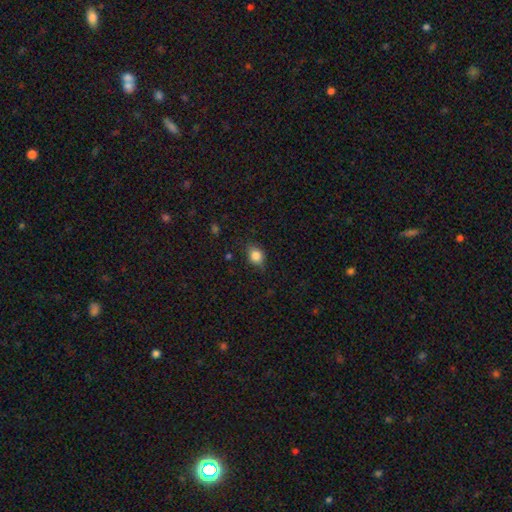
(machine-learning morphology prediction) A smooth galaxy with no disk features (82%) that is round (50%).

Vote fractions:
- Smooth or featured? smooth: 82% / star or artifact: 10% / featured or disk: 9%
- How rounded? round: 50% / in between: 48% / cigar-shaped: 2%
- Merging? none: 73% / minor disturbance: 21% / major disturbance: 4% / merger: 1%